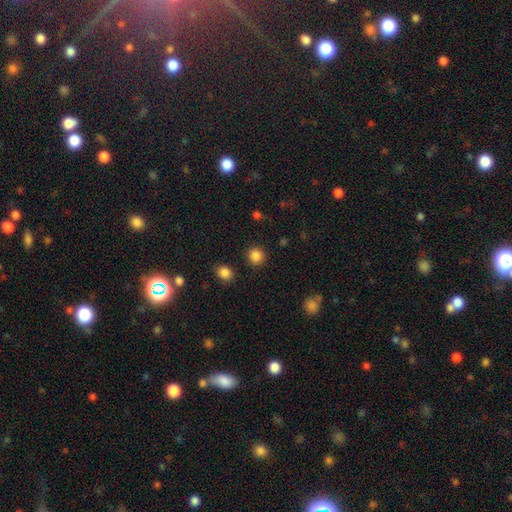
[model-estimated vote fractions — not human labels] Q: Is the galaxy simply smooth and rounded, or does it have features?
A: smooth — 86%.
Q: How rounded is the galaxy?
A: round — 91%.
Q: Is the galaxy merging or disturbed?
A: none — 90%.